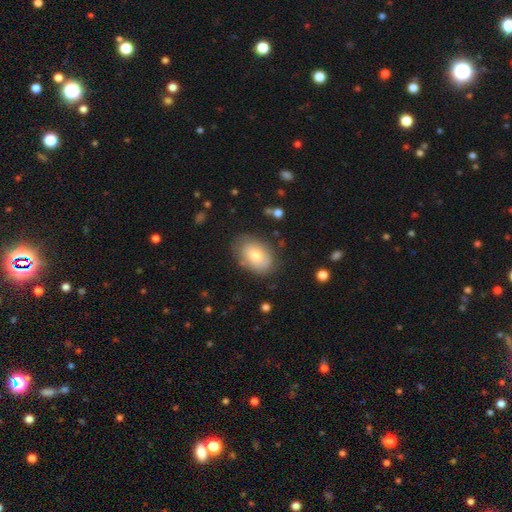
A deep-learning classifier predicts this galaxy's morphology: Smooth or featured: smooth — 67% (featured or disk — 26%)
How rounded: in between — 85% (round — 14%)
Merging: none — 74% (minor disturbance — 19%)